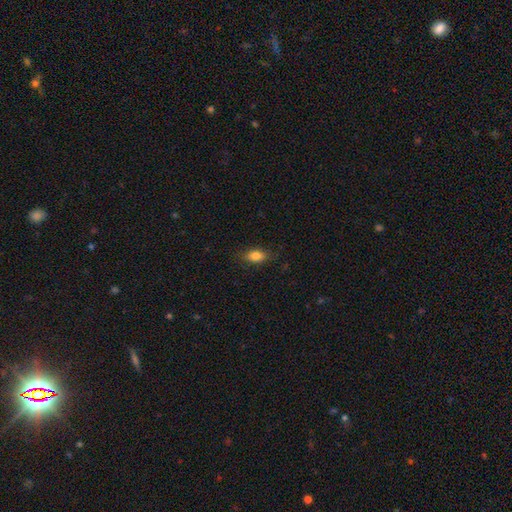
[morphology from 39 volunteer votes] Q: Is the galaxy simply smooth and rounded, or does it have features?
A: smooth — 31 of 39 (79%).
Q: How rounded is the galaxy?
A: in between — 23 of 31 (74%).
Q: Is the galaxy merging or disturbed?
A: none — 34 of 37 (92%).